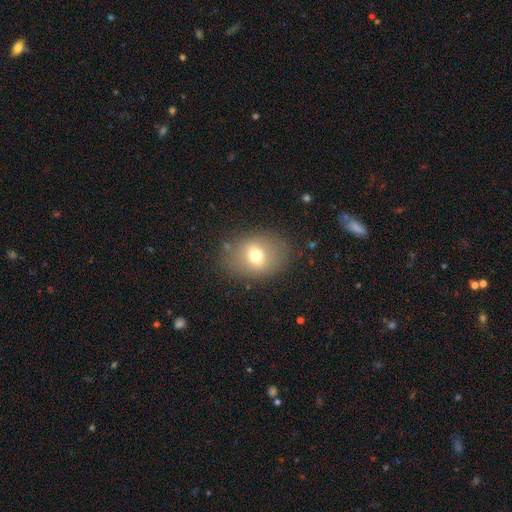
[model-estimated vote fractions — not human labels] Smooth or featured: smooth — 67% (featured or disk — 22%)
How rounded: in between — 59% (round — 40%)
Merging: none — 81% (minor disturbance — 12%)